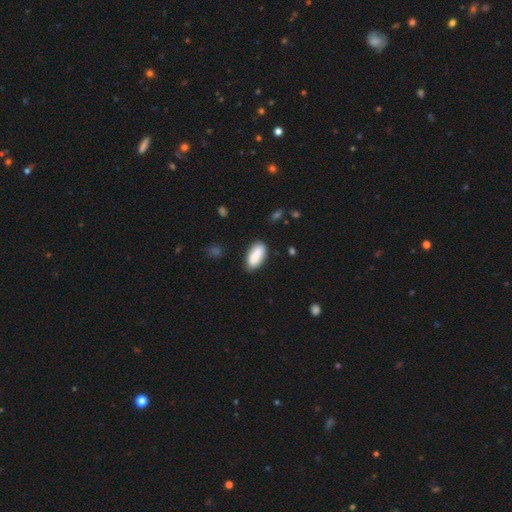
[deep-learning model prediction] smooth_or_featured: smooth (p=0.85) [alt: featured or disk p=0.09]
how_rounded: in between (p=0.81) [alt: cigar-shaped p=0.17]
merging: none (p=0.80) [alt: minor disturbance p=0.14]